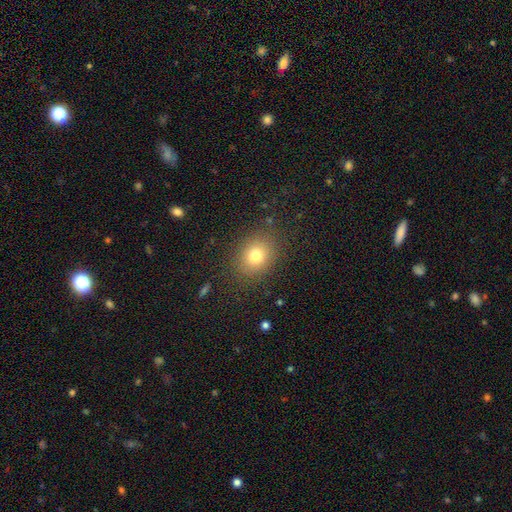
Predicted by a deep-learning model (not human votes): Smooth or featured? Predicted: smooth (p=0.77). How rounded? Predicted: round (p=0.51). Merging? Predicted: none (p=0.85).